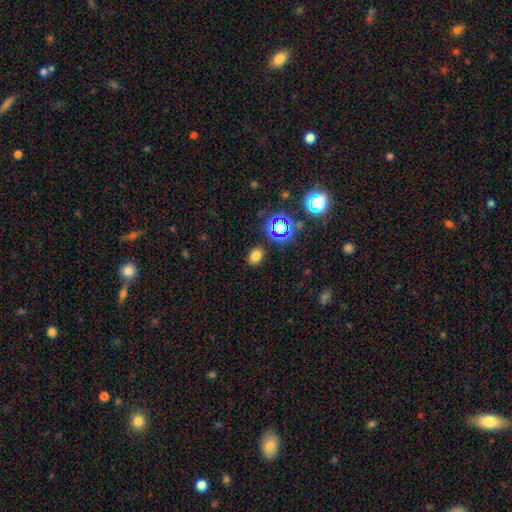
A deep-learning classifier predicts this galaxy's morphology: type=smooth (72%); roundness=in between (58%); merging=none (86%).